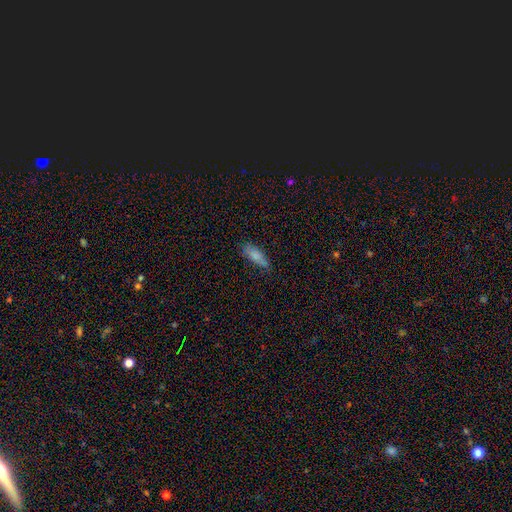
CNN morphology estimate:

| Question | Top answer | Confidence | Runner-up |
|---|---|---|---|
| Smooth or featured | smooth | 81% | featured or disk (11%) |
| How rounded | in between | 62% | cigar-shaped (36%) |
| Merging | none | 66% | minor disturbance (26%) |